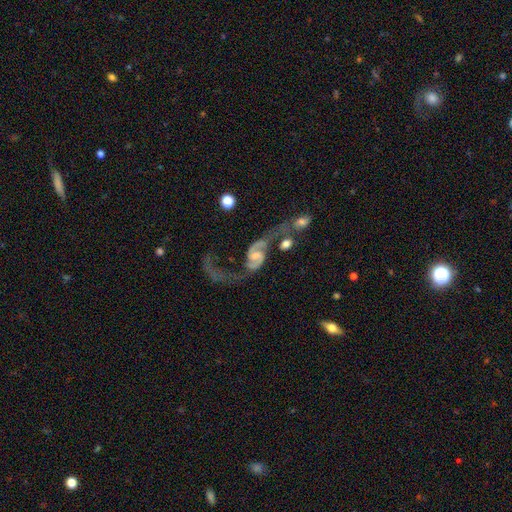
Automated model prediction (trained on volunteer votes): Overall: featured or disk (90%). Edge-on disk: no (97%). Bar: weak (47%; no 37%). Spiral arms: yes (96%). Spiral arm count: 2 (92%). Spiral winding: loose (70%). Bulge size: small (44%; moderate 43%). Merging: none (30%; merger 29%).